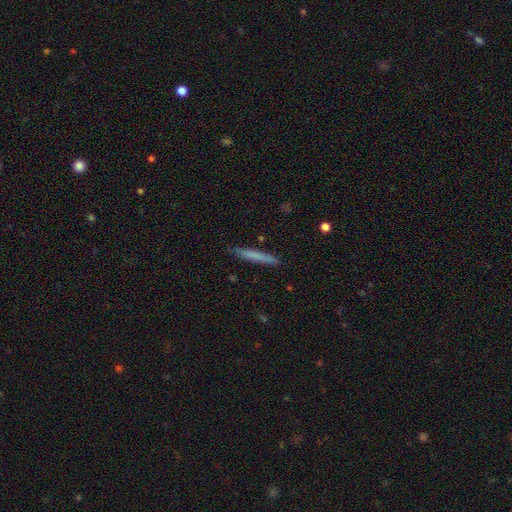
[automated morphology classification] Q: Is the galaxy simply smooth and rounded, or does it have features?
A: smooth — 69%.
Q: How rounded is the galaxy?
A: cigar-shaped — 96%.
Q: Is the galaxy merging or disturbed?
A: none — 88%.